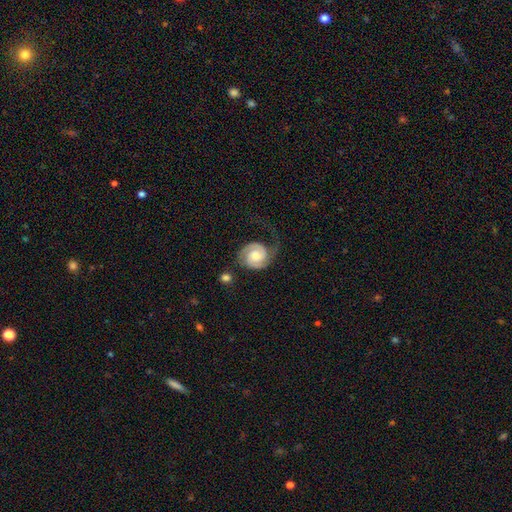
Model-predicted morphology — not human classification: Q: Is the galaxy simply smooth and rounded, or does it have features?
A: featured or disk — 82%.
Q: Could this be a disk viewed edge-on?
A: no — 98%.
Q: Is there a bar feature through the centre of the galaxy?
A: no — 60%.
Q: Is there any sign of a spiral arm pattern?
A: yes — 97%.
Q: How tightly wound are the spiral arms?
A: tight — 47%.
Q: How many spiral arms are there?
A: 2 — 82%.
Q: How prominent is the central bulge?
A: moderate — 57%.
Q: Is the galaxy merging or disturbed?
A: none — 51%.